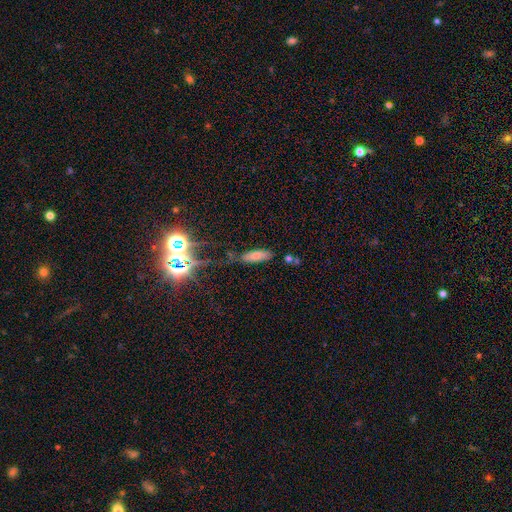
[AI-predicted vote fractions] A smooth galaxy with no disk features (72%) that is in between round and cigar-shaped (56%).

Vote fractions:
- Smooth or featured? smooth: 72% / star or artifact: 15% / featured or disk: 13%
- How rounded? in between: 56% / cigar-shaped: 41% / round: 2%
- Merging? none: 74% / minor disturbance: 16% / merger: 5% / major disturbance: 5%